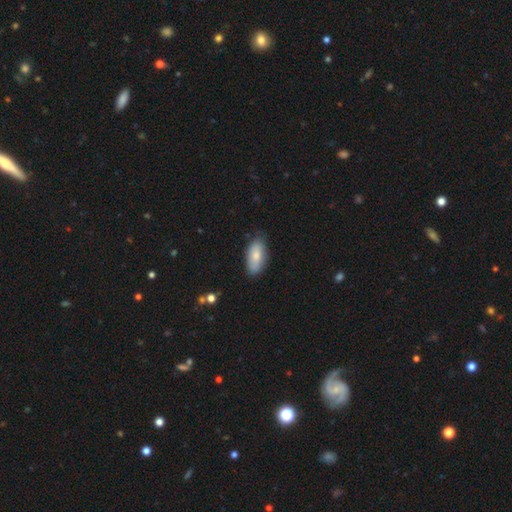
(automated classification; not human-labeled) This is likely a smooth galaxy (79%). How rounded: clearly in between (91%). Merging: likely none (73%).